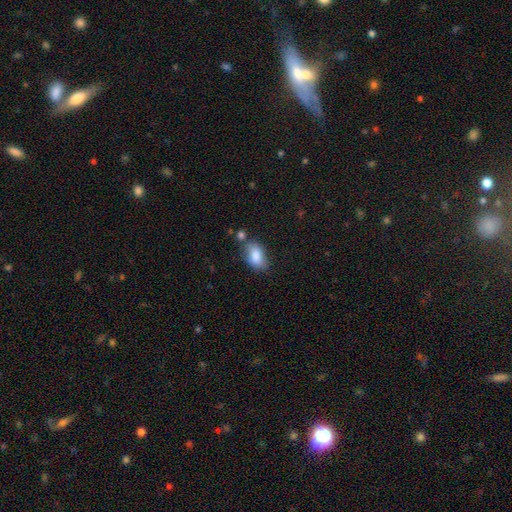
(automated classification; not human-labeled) A smooth galaxy with no disk features (84%) that is in between round and cigar-shaped (89%). Merging: none (64%).